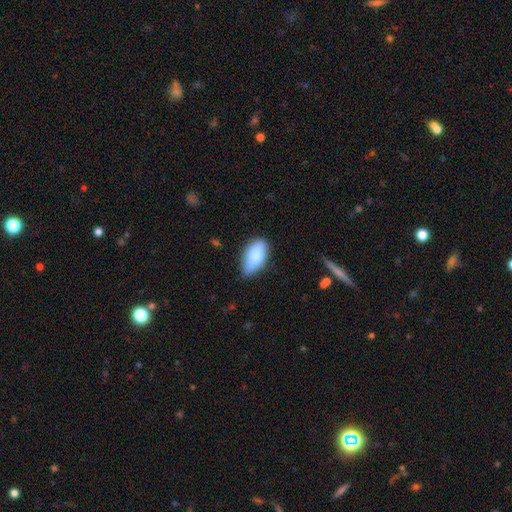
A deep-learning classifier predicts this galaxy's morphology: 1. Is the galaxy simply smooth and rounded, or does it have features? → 83% smooth, 11% featured or disk, 7% star or artifact.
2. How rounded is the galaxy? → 91% in between, 5% cigar-shaped, 4% round.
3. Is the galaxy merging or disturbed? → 64% none, 29% minor disturbance, 5% major disturbance, 2% merger.